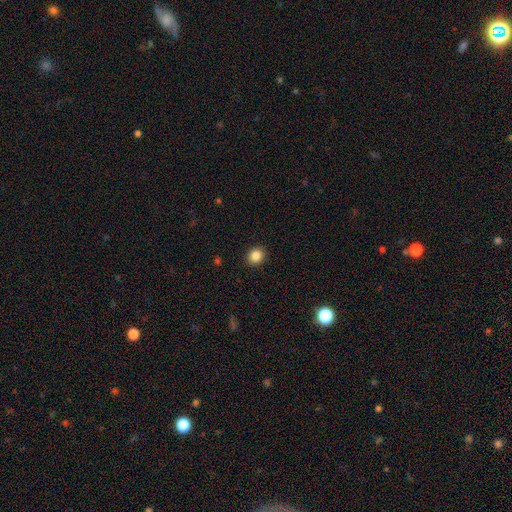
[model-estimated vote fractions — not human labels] Smooth or featured? Predicted: smooth (p=0.85). How rounded? Predicted: round (p=0.75). Merging? Predicted: none (p=0.92).